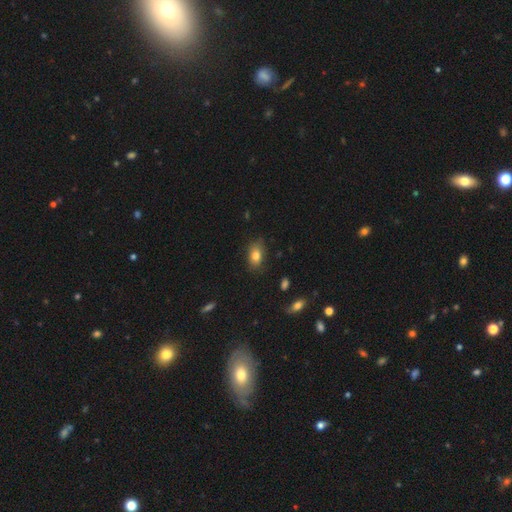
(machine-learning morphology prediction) Smooth or featured? Predicted: smooth (p=0.79). How rounded? Predicted: in between (p=0.85). Merging? Predicted: none (p=0.79).